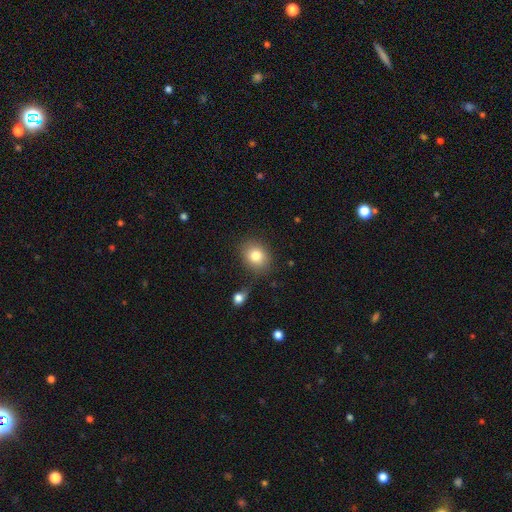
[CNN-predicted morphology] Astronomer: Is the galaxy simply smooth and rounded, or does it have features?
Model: smooth — 81%.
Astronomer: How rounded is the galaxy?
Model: round — 54% (runner-up: in between, 45%).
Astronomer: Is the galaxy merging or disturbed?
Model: none — 79%.